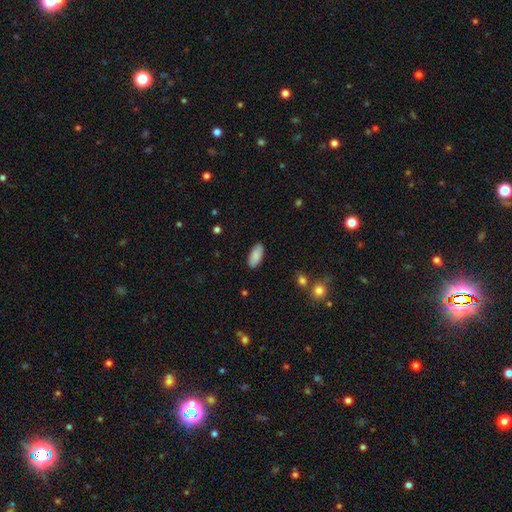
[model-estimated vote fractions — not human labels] Smooth or featured? Predicted: smooth (p=0.89). How rounded? Predicted: in between (p=0.90). Merging? Predicted: none (p=0.89).